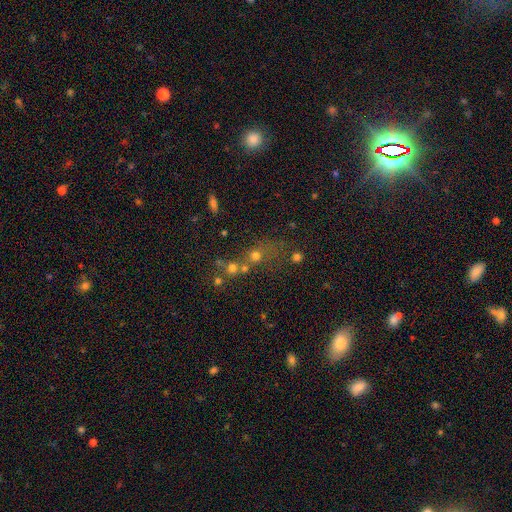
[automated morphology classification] This is possibly a smooth galaxy (52%). How rounded: likely round (77%). Merging: marginally none (43%).